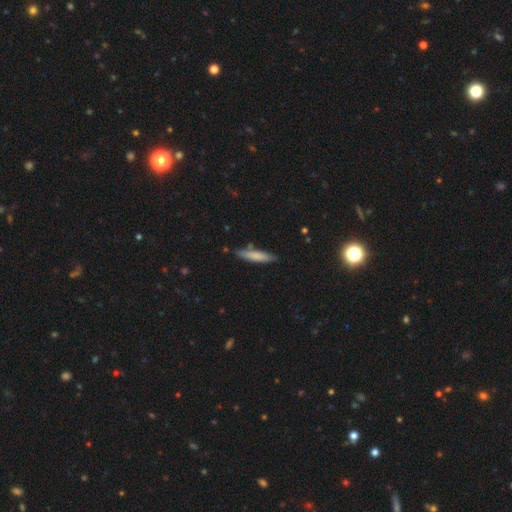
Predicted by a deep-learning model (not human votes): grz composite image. It shows a smooth galaxy with no disk features (75%) that is cigar-shaped (84%). Merging: none (80%).